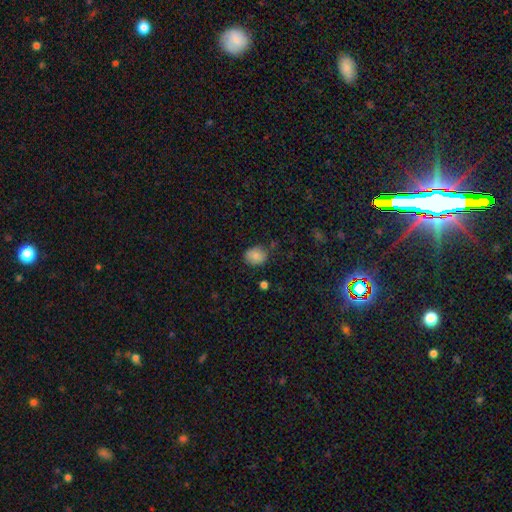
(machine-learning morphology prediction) A smooth galaxy with no disk features (83%) that is round (55%). Merging: none (75%).